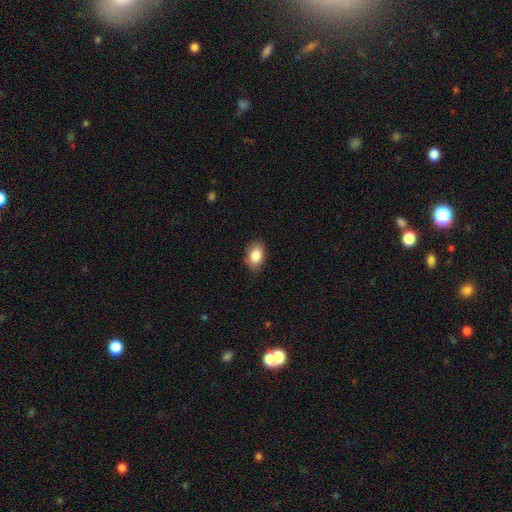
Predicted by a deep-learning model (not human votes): Overall: smooth (86%). How rounded: in between (88%). Merging: none (82%).